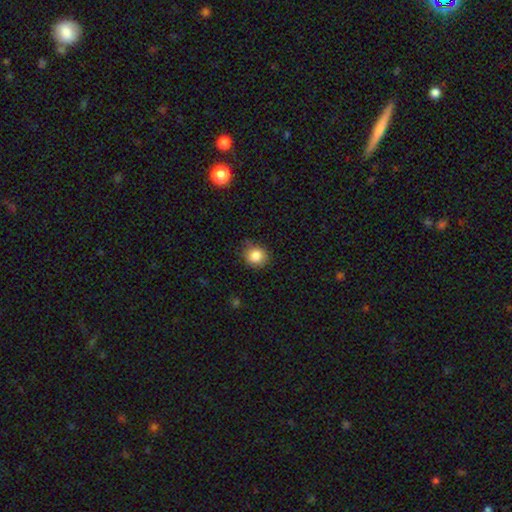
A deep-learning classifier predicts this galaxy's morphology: smooth_or_featured: smooth (p=0.85) [alt: star or artifact p=0.10]
how_rounded: round (p=0.82) [alt: in between p=0.17]
merging: none (p=0.77) [alt: minor disturbance p=0.19]